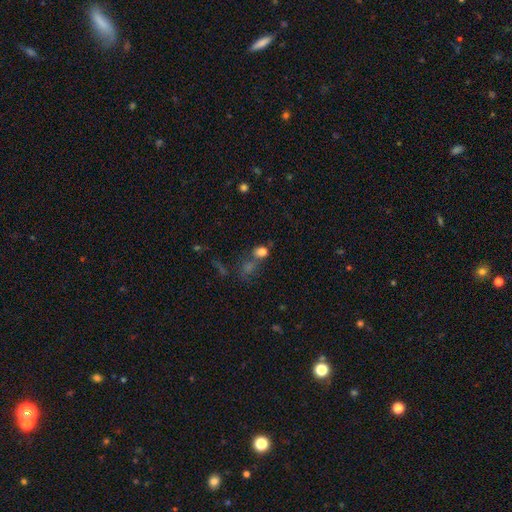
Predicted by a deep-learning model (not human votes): This is marginally a star or artifact rather than a galaxy (40%).